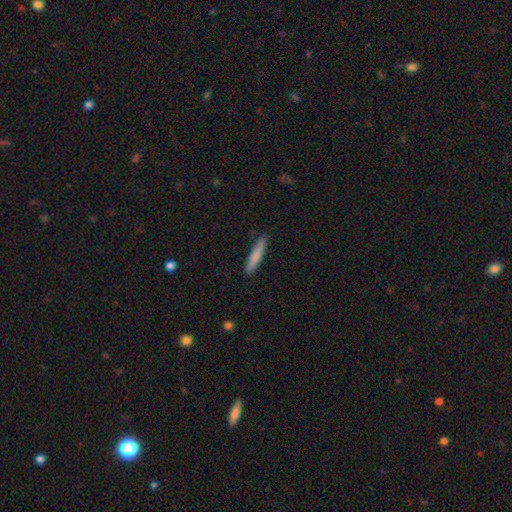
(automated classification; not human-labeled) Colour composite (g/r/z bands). It shows a smooth galaxy with no disk features (78%) that is cigar-shaped (92%). Merging: none (87%).